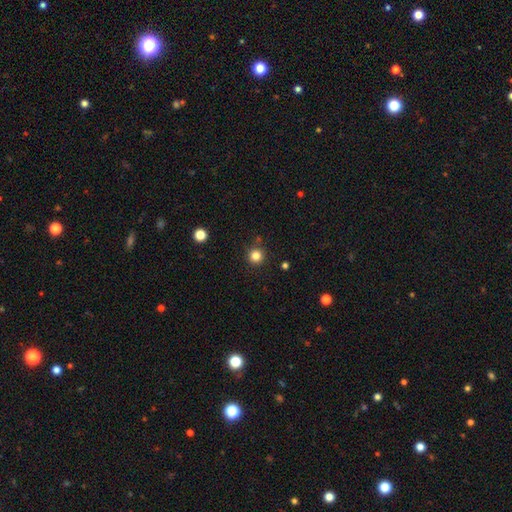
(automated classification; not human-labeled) Q: Smooth or featured?
A: smooth (82%); runner-up: star or artifact (13%)
Q: How rounded?
A: round (95%); runner-up: in between (4%)
Q: Merging?
A: none (89%); runner-up: minor disturbance (6%)